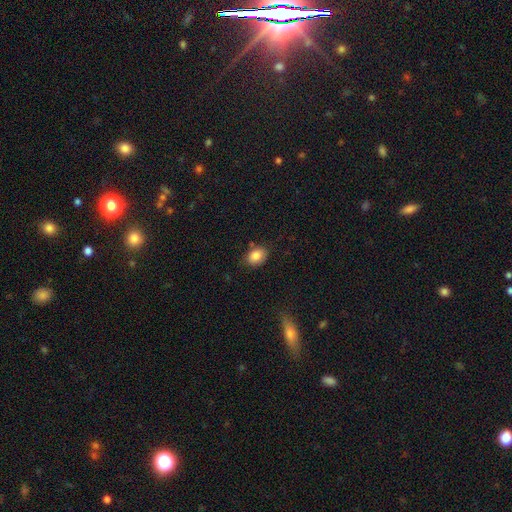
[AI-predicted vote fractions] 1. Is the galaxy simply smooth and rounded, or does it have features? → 85% smooth, 8% star or artifact, 7% featured or disk.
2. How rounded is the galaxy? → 71% in between, 28% round, 1% cigar-shaped.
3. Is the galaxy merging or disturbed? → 79% none, 15% minor disturbance, 3% merger, 3% major disturbance.